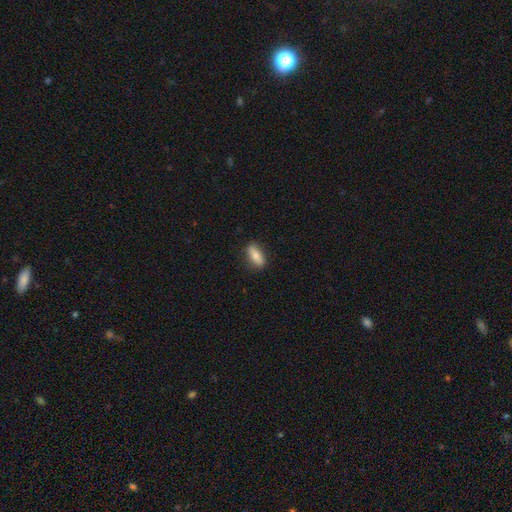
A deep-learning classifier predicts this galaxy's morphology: Q: Smooth or featured?
A: smooth (69%); runner-up: featured or disk (24%)
Q: How rounded?
A: in between (71%); runner-up: cigar-shaped (24%)
Q: Merging?
A: none (83%); runner-up: minor disturbance (13%)